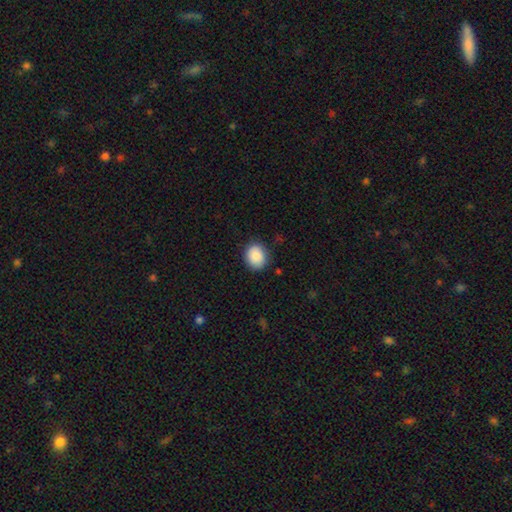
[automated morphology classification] smooth_or_featured: smooth (p=0.88) [alt: star or artifact p=0.07]
how_rounded: round (p=0.61) [alt: in between p=0.39]
merging: none (p=0.84) [alt: minor disturbance p=0.12]